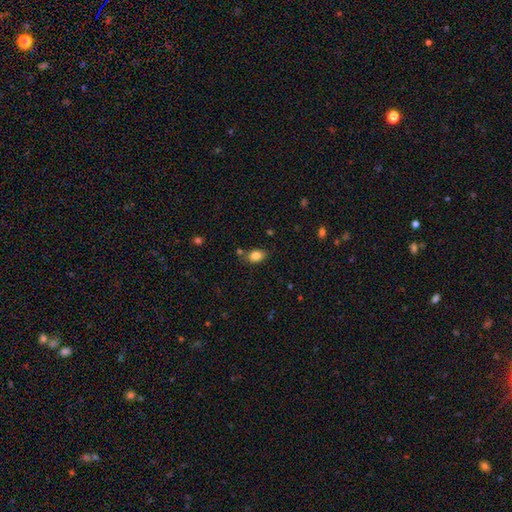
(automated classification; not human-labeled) smooth 84%, star or artifact 9%, featured or disk 7%. Down the decision tree: how rounded — in between (80%); merging — none (75%).